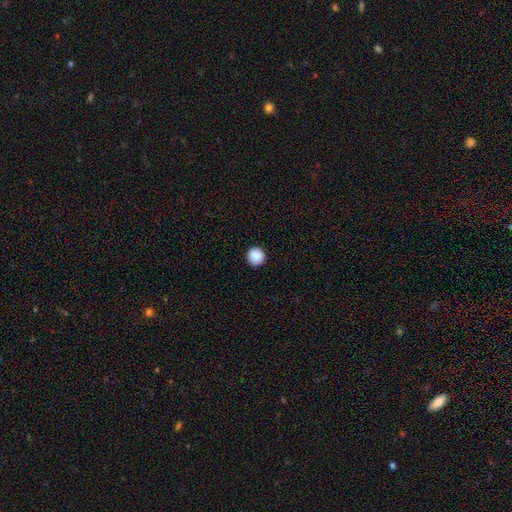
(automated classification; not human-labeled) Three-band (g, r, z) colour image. It shows a smooth galaxy with no disk features (89%) that is round (96%). Merging: none (93%).